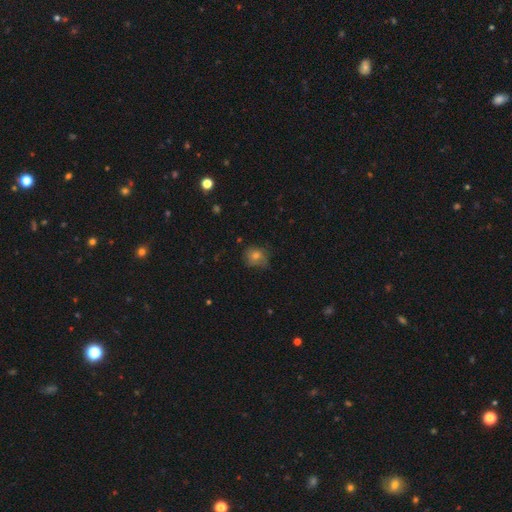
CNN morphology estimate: A smooth galaxy with no disk features (60%) that is round (72%). Merging: none (60%).